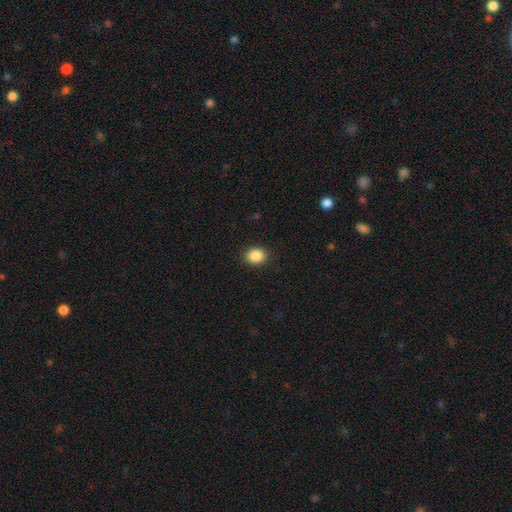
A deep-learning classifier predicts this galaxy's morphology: This is clearly a smooth galaxy (88%). How rounded: possibly round (55%). Merging: clearly none (89%).